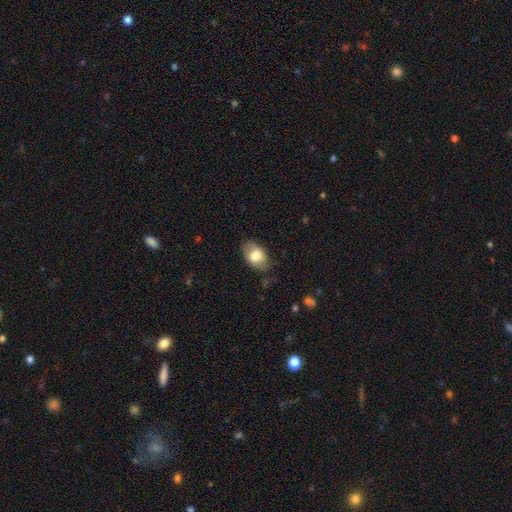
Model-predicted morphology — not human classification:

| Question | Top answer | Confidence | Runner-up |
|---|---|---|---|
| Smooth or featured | smooth | 75% | featured or disk (18%) |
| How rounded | in between | 91% | round (8%) |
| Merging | none | 79% | minor disturbance (16%) |